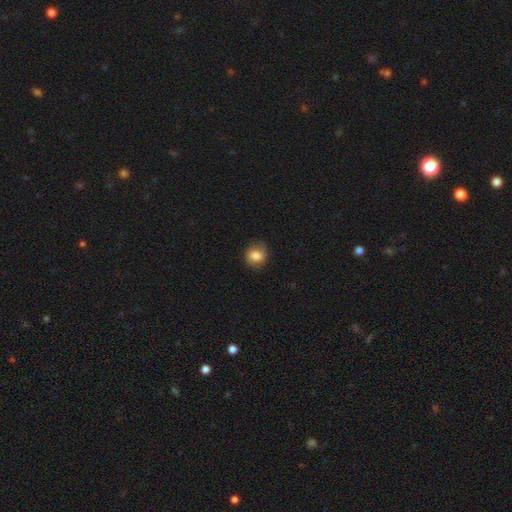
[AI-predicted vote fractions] Smooth or featured? Predicted: smooth (p=0.79). How rounded? Predicted: round (p=0.56). Merging? Predicted: none (p=0.75).